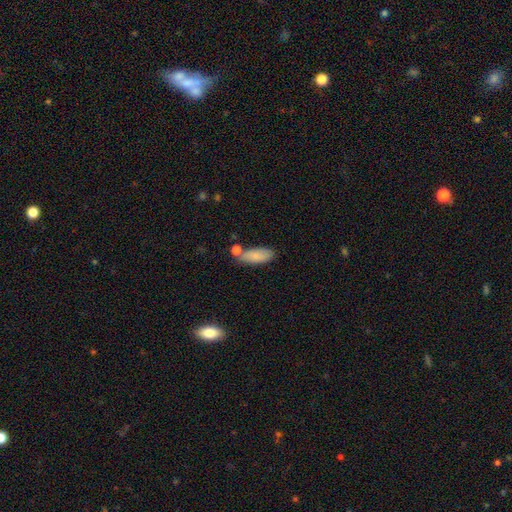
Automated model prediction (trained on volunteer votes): A smooth galaxy with no disk features (84%) that is in between round and cigar-shaped (79%).

Vote fractions:
- Smooth or featured? smooth: 84% / featured or disk: 9% / star or artifact: 7%
- How rounded? in between: 79% / cigar-shaped: 18% / round: 2%
- Merging? none: 64% / minor disturbance: 18% / merger: 14% / major disturbance: 5%